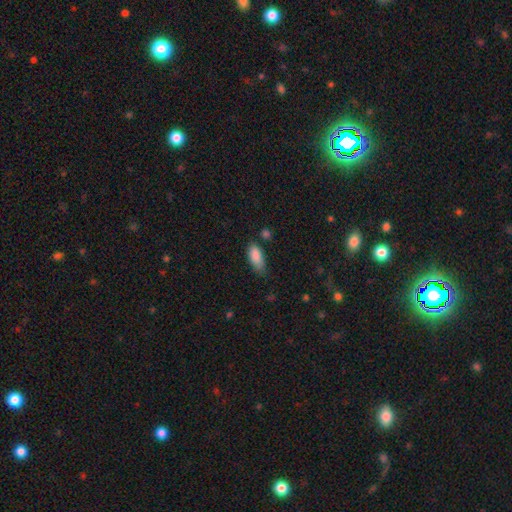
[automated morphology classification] smooth-or-featured: smooth: 87% | star or artifact: 7% | featured or disk: 6%
  how-rounded: in between: 85% | cigar-shaped: 13% | round: 2%
  merging: none: 61% | minor disturbance: 29% | major disturbance: 6% | merger: 4%